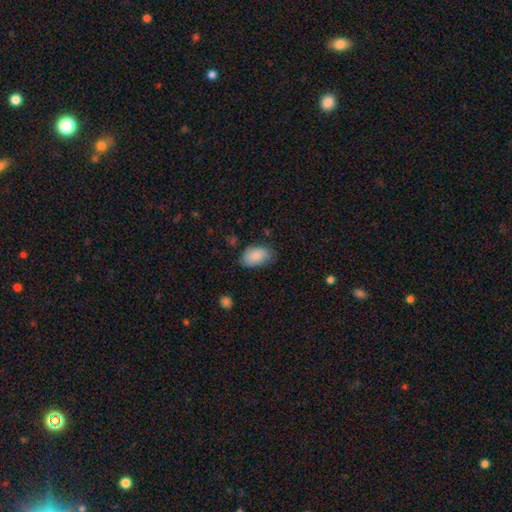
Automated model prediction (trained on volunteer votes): A smooth galaxy with no disk features (88%) that is in between round and cigar-shaped (92%).

Vote fractions:
- Smooth or featured? smooth: 88% / featured or disk: 6% / star or artifact: 6%
- How rounded? in between: 92% / round: 7% / cigar-shaped: 1%
- Merging? none: 71% / minor disturbance: 23% / major disturbance: 5% / merger: 2%